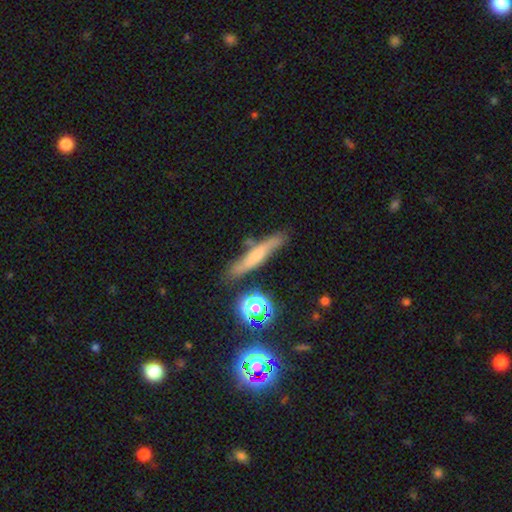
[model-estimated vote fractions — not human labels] This is possibly a smooth galaxy (51%). How rounded: clearly cigar-shaped (81%). Merging: likely none (77%).